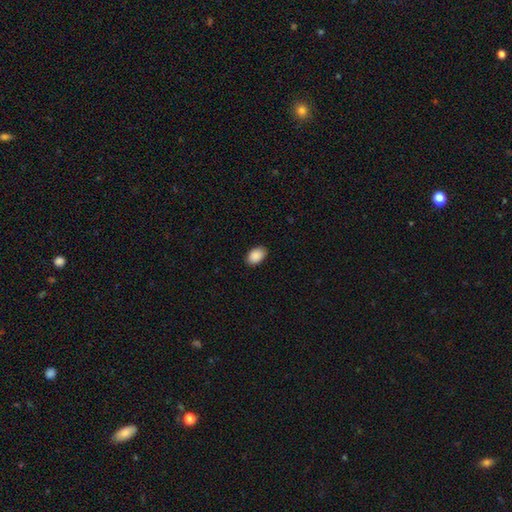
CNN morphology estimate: Smooth or featured? smooth (90%)
How rounded? in between (90%)
Merging? none (88%)